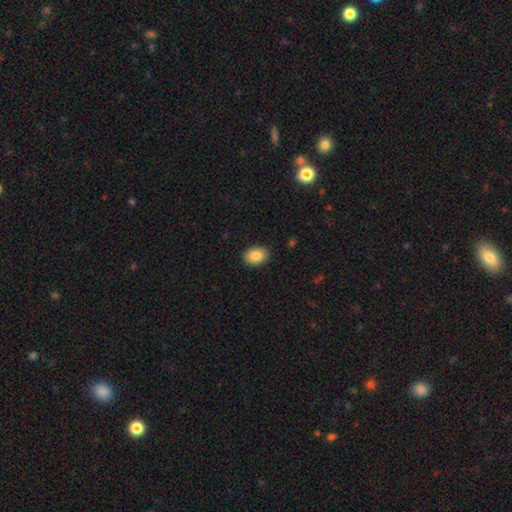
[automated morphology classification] smooth 87%, star or artifact 7%, featured or disk 6%. Down the decision tree: how rounded — in between (79%); merging — none (90%).